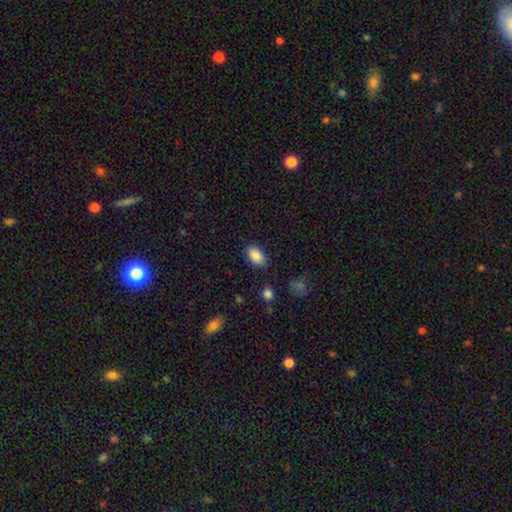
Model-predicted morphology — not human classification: Q: Smooth or featured?
A: smooth (88%); runner-up: star or artifact (8%)
Q: How rounded?
A: in between (92%); runner-up: round (7%)
Q: Merging?
A: none (84%); runner-up: minor disturbance (11%)